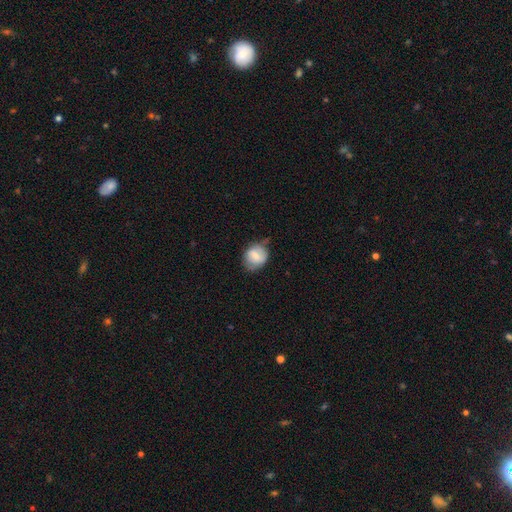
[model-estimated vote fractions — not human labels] This appears to be a smooth galaxy with no disk features (65%) that is round (70%). Merging: none (64%).